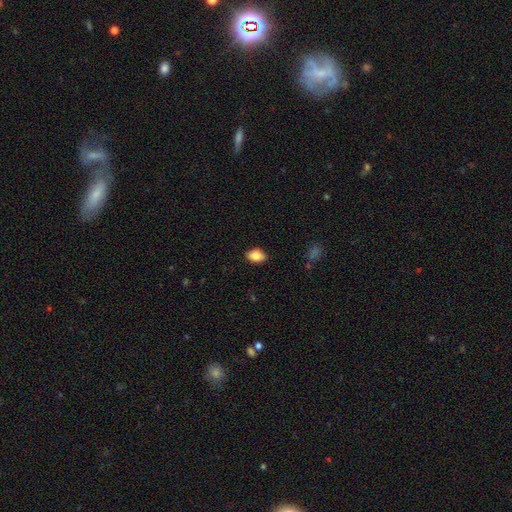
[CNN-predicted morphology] type=smooth (85%); roundness=in between (81%); merging=none (85%).